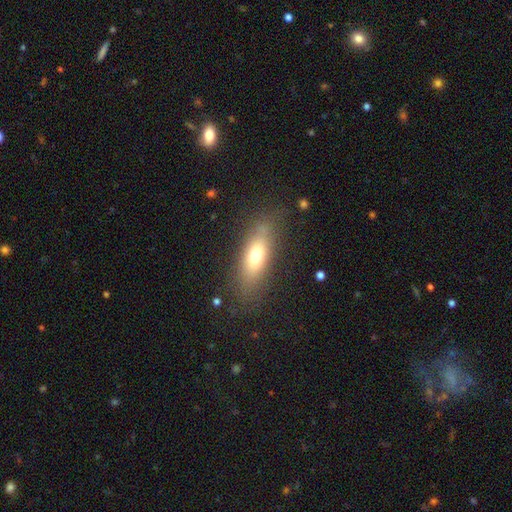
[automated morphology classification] The model was most divided on "how rounded": in between: 62%, cigar-shaped: 34%, round: 4%. More confident: merging — none (78%); smooth or featured — smooth (67%).